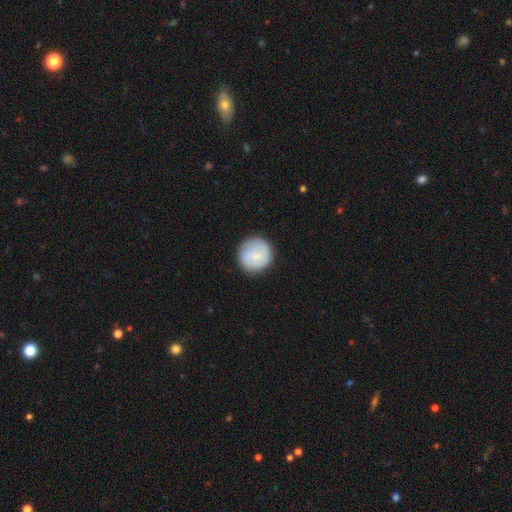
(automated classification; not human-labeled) This is likely a smooth galaxy (69%). How rounded: clearly round (94%). Merging: clearly none (85%).